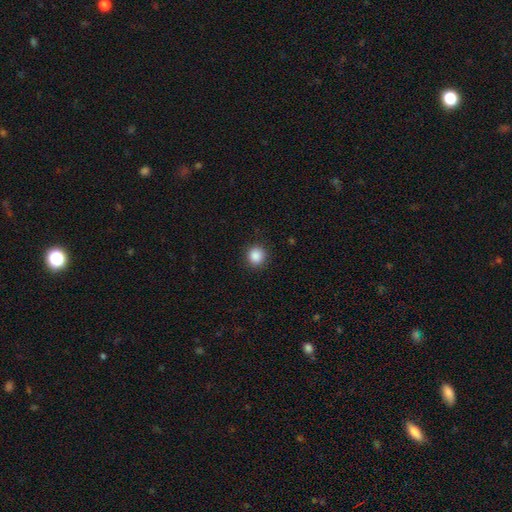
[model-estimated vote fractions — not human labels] smooth 88%, star or artifact 10%, featured or disk 3%. Down the decision tree: how rounded — round (91%); merging — none (91%).